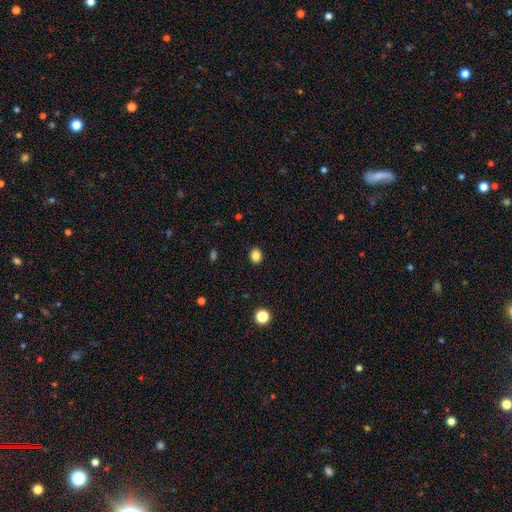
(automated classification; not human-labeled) smooth-or-featured: smooth: 85% | star or artifact: 11% | featured or disk: 4%
  how-rounded: round: 53% | in between: 46% | cigar-shaped: 1%
  merging: none: 90% | minor disturbance: 7% | major disturbance: 2% | merger: 1%